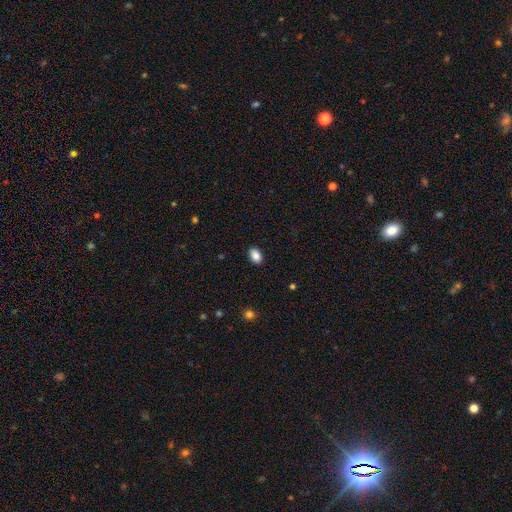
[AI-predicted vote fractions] smooth 87%, star or artifact 9%, featured or disk 4%. Down the decision tree: how rounded — in between (81%); merging — none (88%).